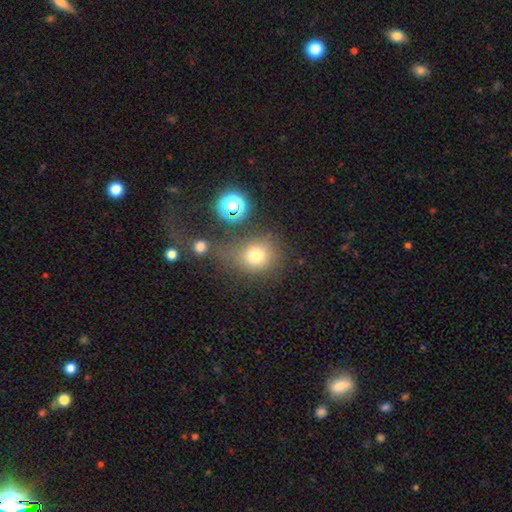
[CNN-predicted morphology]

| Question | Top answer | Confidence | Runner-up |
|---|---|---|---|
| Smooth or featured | smooth | 74% | star or artifact (17%) |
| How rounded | round | 76% | in between (23%) |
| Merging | none | 60% | minor disturbance (16%) |